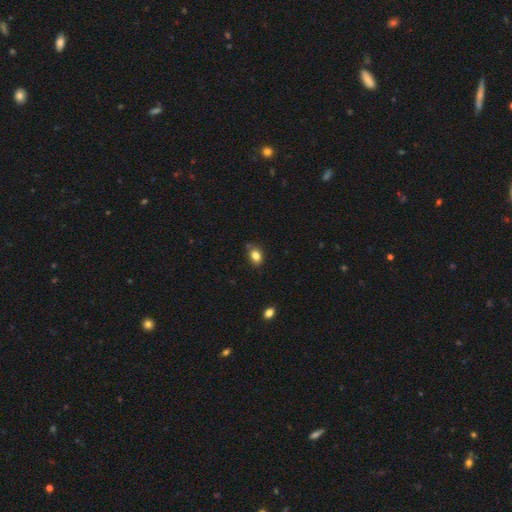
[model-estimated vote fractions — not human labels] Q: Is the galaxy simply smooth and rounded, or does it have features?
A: smooth — 83%.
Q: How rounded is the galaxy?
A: in between — 77%.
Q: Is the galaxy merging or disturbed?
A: none — 77%.